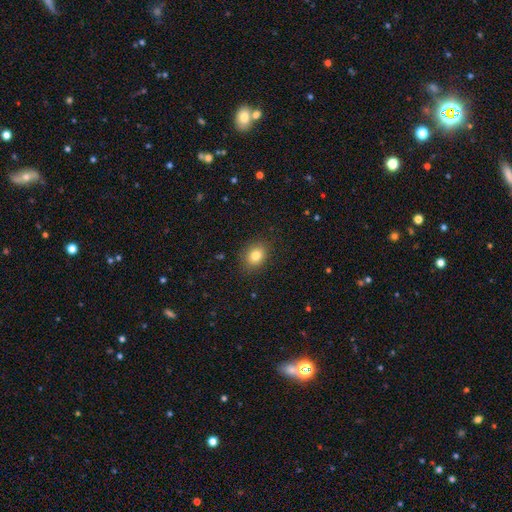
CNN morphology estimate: This is clearly a smooth galaxy (82%). How rounded: possibly in between (53%). Merging: clearly none (87%).